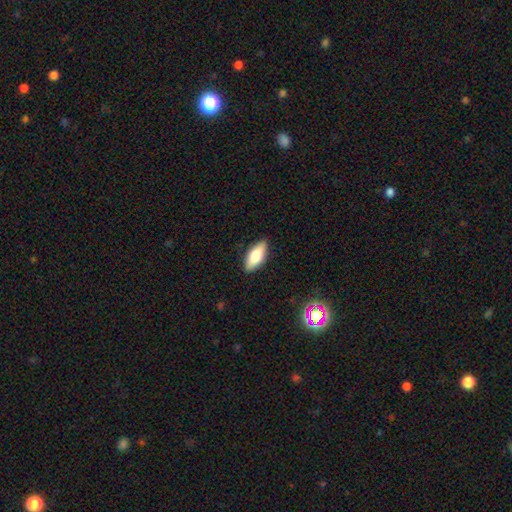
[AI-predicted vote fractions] This appears to be a smooth galaxy with no disk features (72%) that is in between round and cigar-shaped (82%). Merging: none (88%).